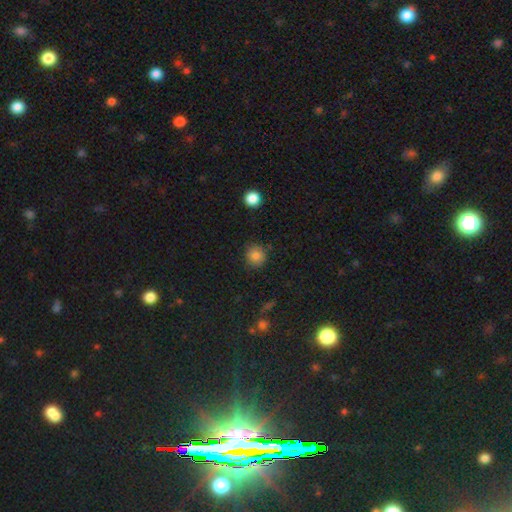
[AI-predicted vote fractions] Q: Smooth or featured?
A: smooth (82%); runner-up: star or artifact (11%)
Q: How rounded?
A: round (90%); runner-up: in between (9%)
Q: Merging?
A: none (87%); runner-up: minor disturbance (9%)